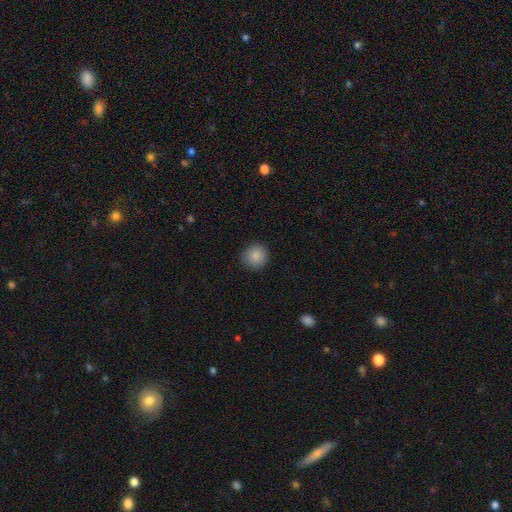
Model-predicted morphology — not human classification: The model was most divided on "smooth or featured": smooth: 87%, star or artifact: 9%, featured or disk: 4%. More confident: how rounded — round (93%); merging — none (89%).